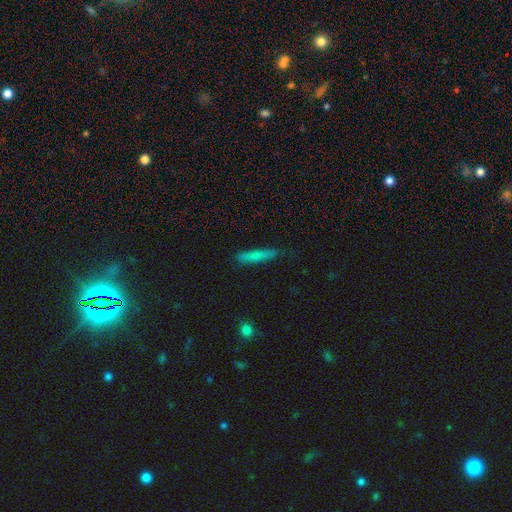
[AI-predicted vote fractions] Smooth or featured: smooth — 76% (featured or disk — 17%)
How rounded: cigar-shaped — 89% (in between — 9%)
Merging: none — 81% (minor disturbance — 15%)